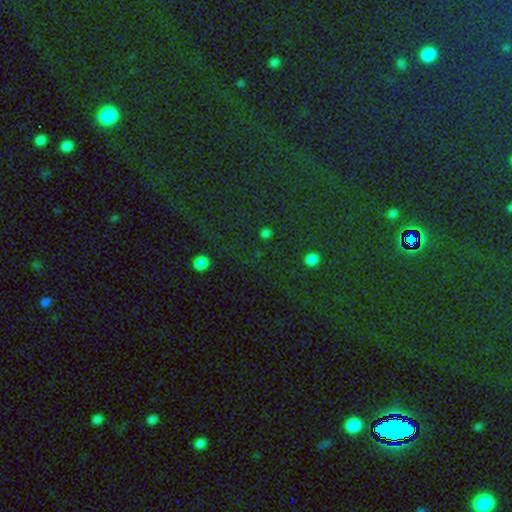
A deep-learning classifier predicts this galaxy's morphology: Smooth or featured? star or artifact (80%)